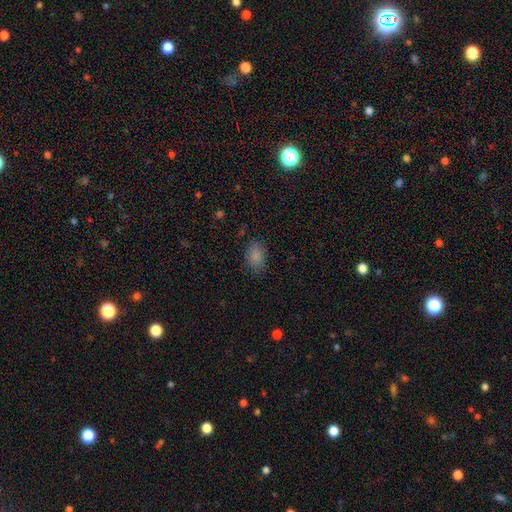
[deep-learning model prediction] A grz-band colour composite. It shows a smooth galaxy with no disk features (86%) that is in between round and cigar-shaped (86%). Merging: none (83%).